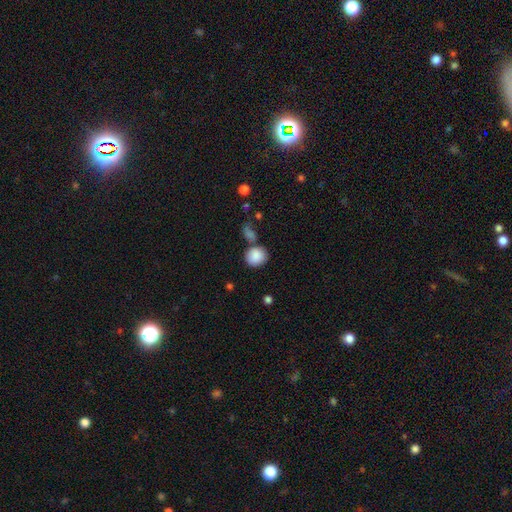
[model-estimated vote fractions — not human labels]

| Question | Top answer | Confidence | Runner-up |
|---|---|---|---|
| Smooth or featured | smooth | 88% | star or artifact (7%) |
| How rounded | round | 77% | in between (22%) |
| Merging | none | 64% | merger (18%) |